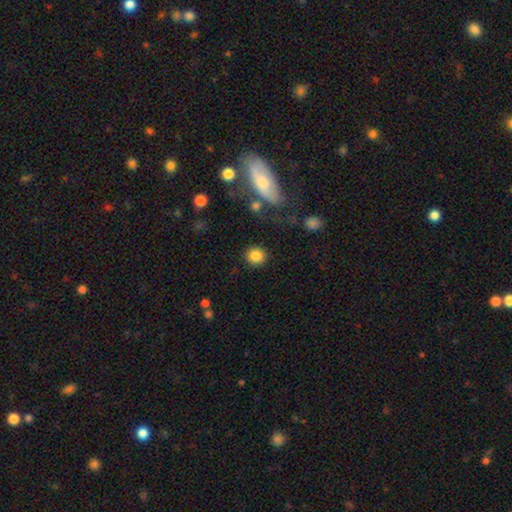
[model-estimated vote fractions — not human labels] Smooth or featured? smooth (85%)
How rounded? round (90%)
Merging? none (87%)